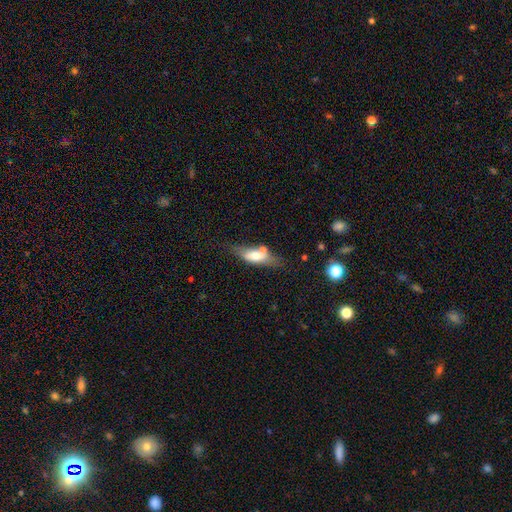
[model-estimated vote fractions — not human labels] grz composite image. It shows a smooth galaxy with no disk features (57%) that is in between round and cigar-shaped (63%). Merging: none (55%).